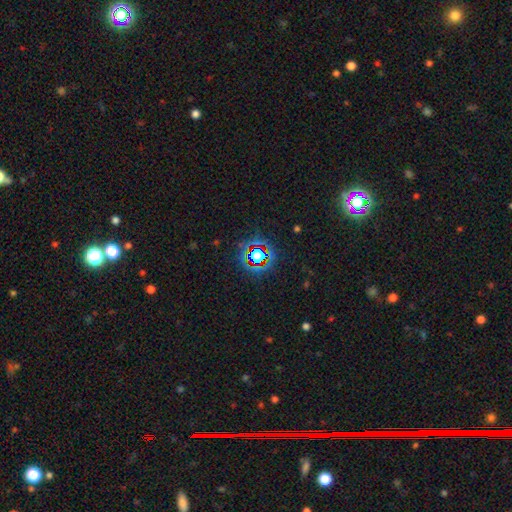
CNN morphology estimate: This appears to be a star or artifact, not a galaxy (69%).